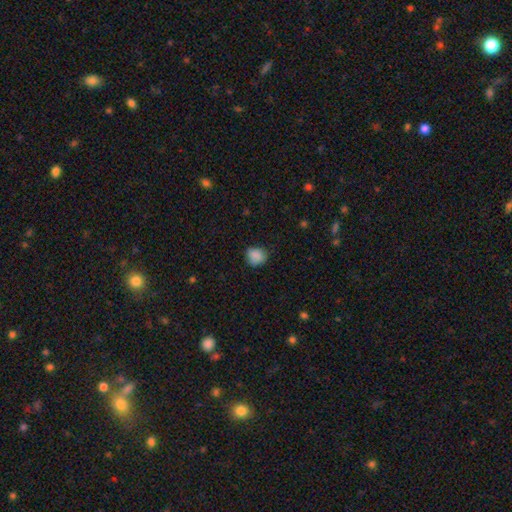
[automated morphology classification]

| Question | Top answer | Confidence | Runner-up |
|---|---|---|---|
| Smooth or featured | smooth | 84% | star or artifact (10%) |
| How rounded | round | 66% | in between (33%) |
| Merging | none | 68% | minor disturbance (25%) |